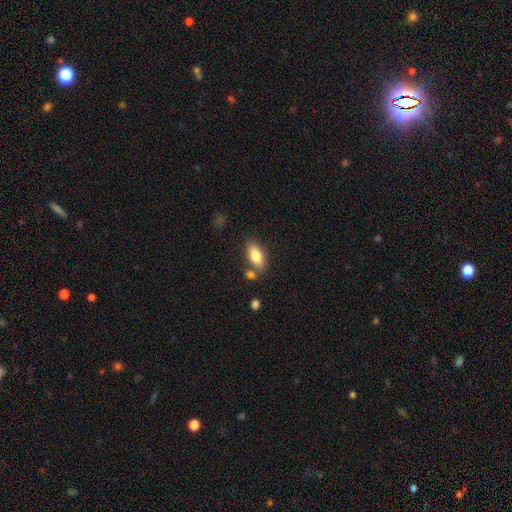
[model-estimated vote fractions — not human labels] Smooth or featured? Predicted: smooth (p=0.82). How rounded? Predicted: in between (p=0.89). Merging? Predicted: none (p=0.71).